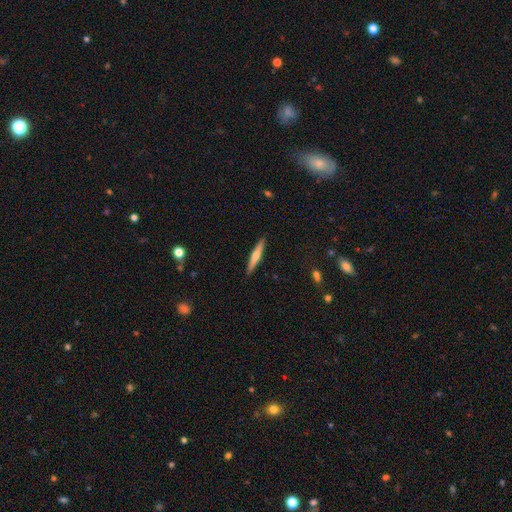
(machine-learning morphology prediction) smooth-or-featured: smooth: 50% | featured or disk: 44% | star or artifact: 6%
  how-rounded: cigar-shaped: 93% | in between: 6% | round: 2%
  merging: none: 90% | minor disturbance: 7% | major disturbance: 1% | merger: 1%